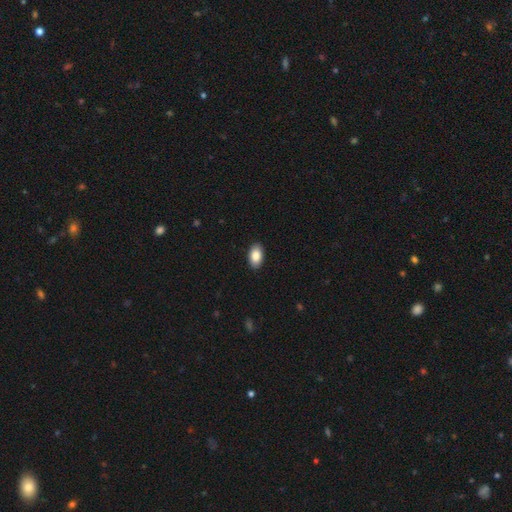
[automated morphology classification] Smooth or featured: smooth — 87% (star or artifact — 7%)
How rounded: in between — 93% (round — 5%)
Merging: none — 90% (minor disturbance — 7%)